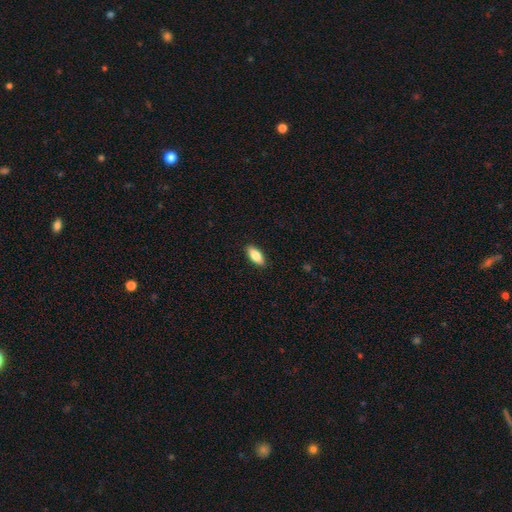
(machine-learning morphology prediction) The model was most divided on "how rounded": in between: 80%, cigar-shaped: 18%, round: 2%. More confident: merging — none (90%); smooth or featured — smooth (81%).